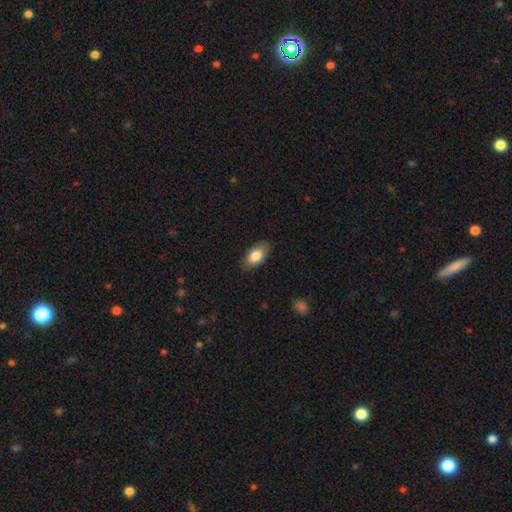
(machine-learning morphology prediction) smooth-or-featured: smooth: 81% | featured or disk: 12% | star or artifact: 7%
  how-rounded: in between: 91% | round: 6% | cigar-shaped: 3%
  merging: none: 84% | minor disturbance: 12% | major disturbance: 3% | merger: 1%